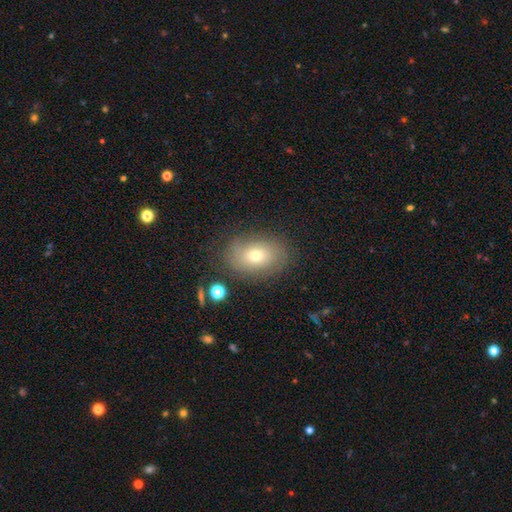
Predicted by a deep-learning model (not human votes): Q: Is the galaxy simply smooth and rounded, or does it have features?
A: smooth — 65%.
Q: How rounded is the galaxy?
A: in between — 77%.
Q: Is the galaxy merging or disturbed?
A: none — 76%.